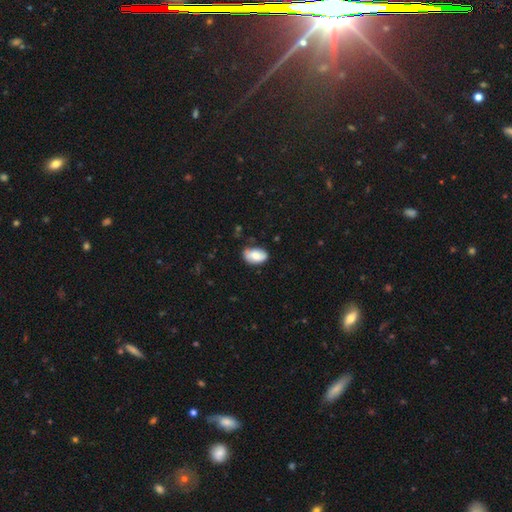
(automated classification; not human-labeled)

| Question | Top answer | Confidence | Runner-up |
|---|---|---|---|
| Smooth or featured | smooth | 80% | featured or disk (13%) |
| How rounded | in between | 93% | round (6%) |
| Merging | none | 70% | minor disturbance (23%) |